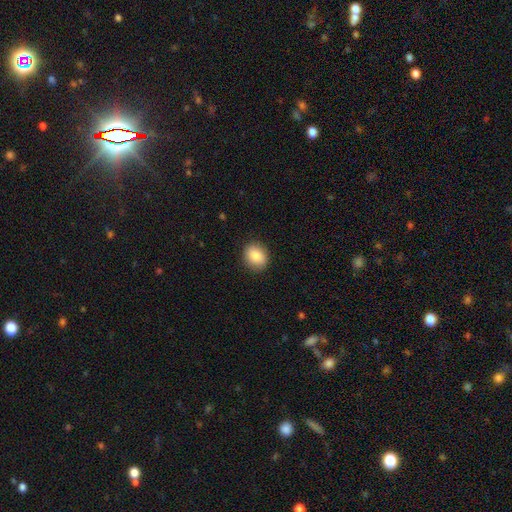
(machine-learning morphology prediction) type=smooth (85%); roundness=round (59%); merging=none (89%).